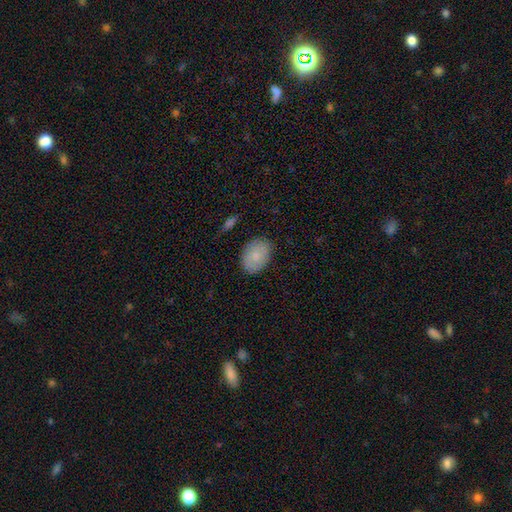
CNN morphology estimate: Smooth or featured: smooth — 79% (featured or disk — 14%)
How rounded: in between — 80% (round — 19%)
Merging: none — 84% (minor disturbance — 12%)